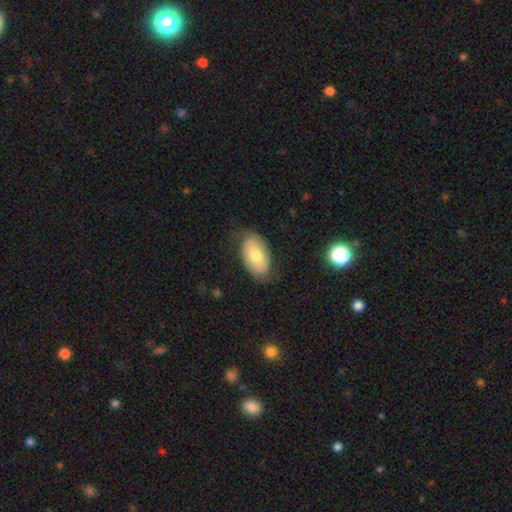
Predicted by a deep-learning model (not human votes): Smooth or featured?
  - smooth: 64% *
  - featured or disk: 29%
  - star or artifact: 7%
How rounded?
  - in between: 94% *
  - round: 4%
  - cigar-shaped: 2%
Merging?
  - none: 69% *
  - minor disturbance: 22%
  - major disturbance: 7%
  - merger: 1%